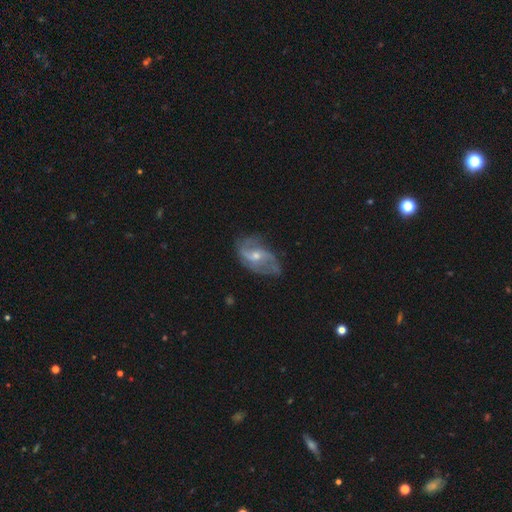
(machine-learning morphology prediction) type=featured or disk (81%); edge-on=no (96%); bar=no (45%); spiral arms=yes (92%); winding=loose (51%); arm count=2 (68%); bulge=small (48%); merging=none (62%).